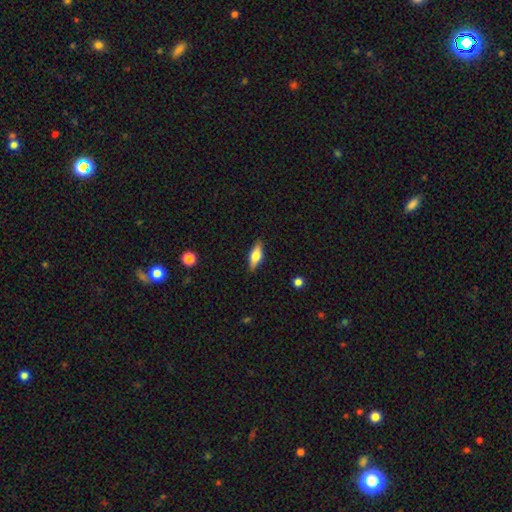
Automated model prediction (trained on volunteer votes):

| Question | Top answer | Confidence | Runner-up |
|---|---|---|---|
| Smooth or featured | smooth | 48% | featured or disk (45%) |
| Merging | none | 86% | minor disturbance (10%) |